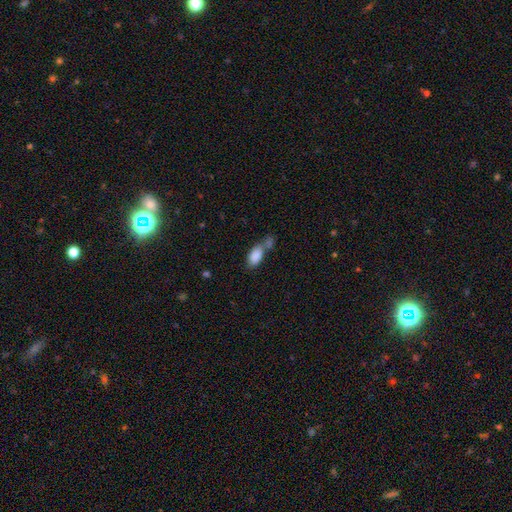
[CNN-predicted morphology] smooth 86%, star or artifact 8%, featured or disk 7%. Down the decision tree: how rounded — in between (91%); merging — merger (45%).